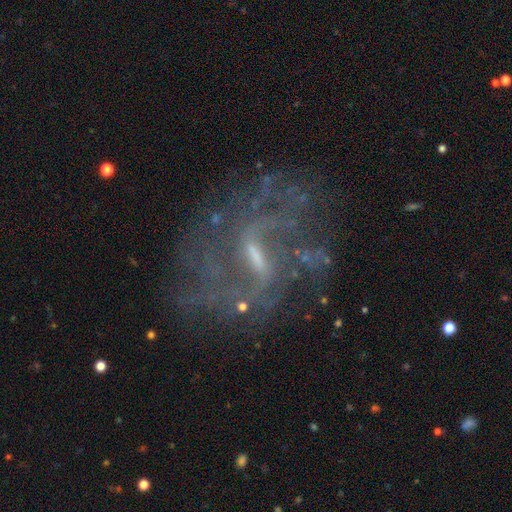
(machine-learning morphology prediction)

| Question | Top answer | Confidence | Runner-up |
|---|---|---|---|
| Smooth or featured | featured or disk | 86% | star or artifact (9%) |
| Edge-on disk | no | 96% | yes (4%) |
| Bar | weak | 46% | strong (44%) |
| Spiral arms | yes | 92% | no (8%) |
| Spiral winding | loose | 46% | medium (39%) |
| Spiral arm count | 2 | 60% | can't tell (17%) |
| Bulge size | small | 50% | moderate (26%) |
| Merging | none | 61% | major disturbance (18%) |